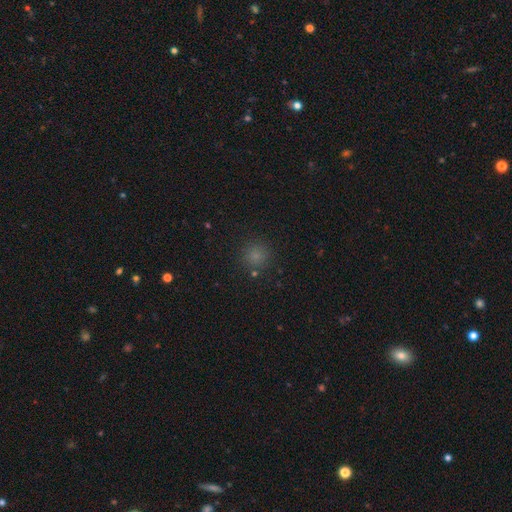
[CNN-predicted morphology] The model was most divided on "smooth or featured": smooth: 76%, star or artifact: 19%, featured or disk: 6%. More confident: how rounded — round (93%); merging — none (87%).